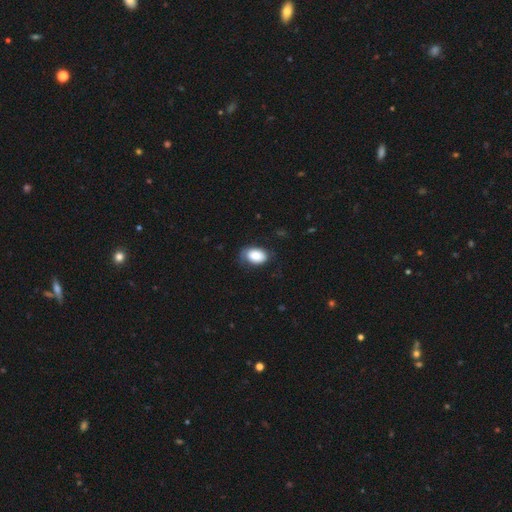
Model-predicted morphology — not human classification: Smooth or featured?
  - smooth: 84% *
  - featured or disk: 10%
  - star or artifact: 7%
How rounded?
  - in between: 87% *
  - round: 11%
  - cigar-shaped: 1%
Merging?
  - none: 63% *
  - minor disturbance: 25%
  - major disturbance: 10%
  - merger: 1%